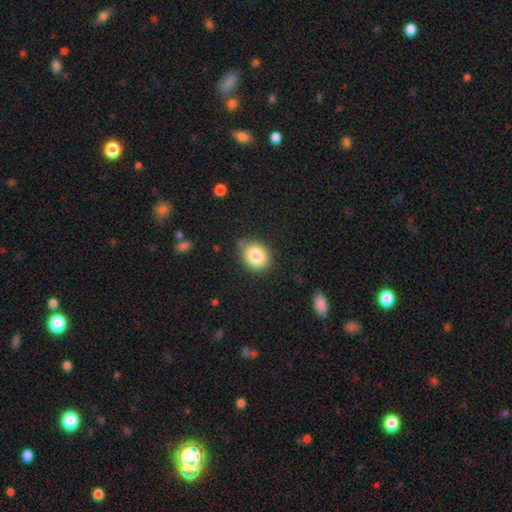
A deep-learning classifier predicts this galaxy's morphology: smooth-or-featured: smooth: 84% | star or artifact: 9% | featured or disk: 7%
  how-rounded: round: 64% | in between: 35% | cigar-shaped: 1%
  merging: none: 83% | minor disturbance: 12% | major disturbance: 3% | merger: 2%